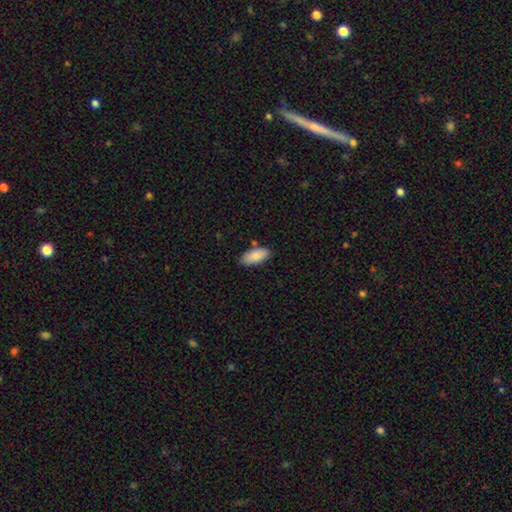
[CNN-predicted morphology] A smooth galaxy with no disk features (88%) that is in between round and cigar-shaped (90%).

Vote fractions:
- Smooth or featured? smooth: 88% / star or artifact: 6% / featured or disk: 6%
- How rounded? in between: 90% / cigar-shaped: 8% / round: 2%
- Merging? none: 80% / minor disturbance: 13% / merger: 5% / major disturbance: 3%